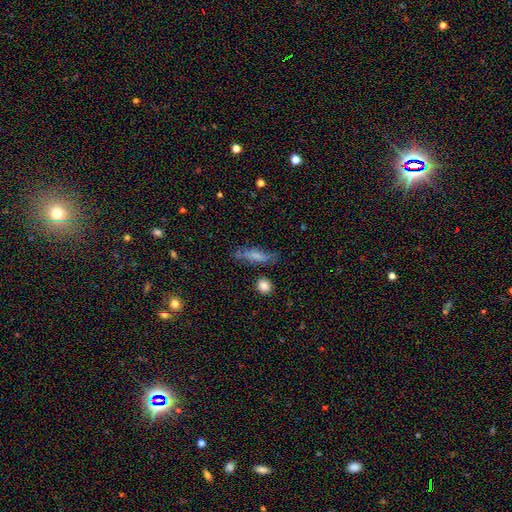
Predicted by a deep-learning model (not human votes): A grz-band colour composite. It shows a smooth galaxy with no disk features (61%) that is cigar-shaped (66%). Merging: none (66%).